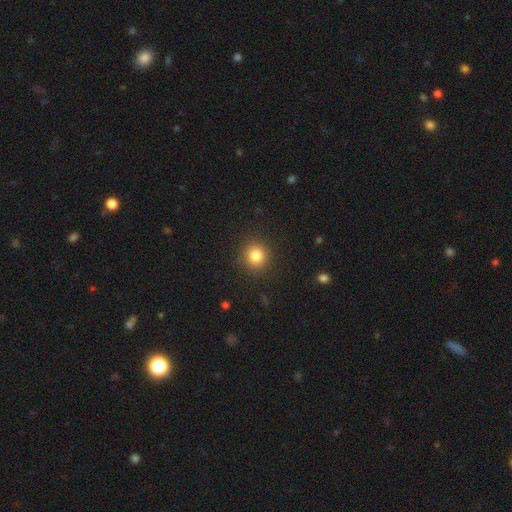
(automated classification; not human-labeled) This is clearly a smooth galaxy (83%). How rounded: clearly round (91%). Merging: clearly none (90%).